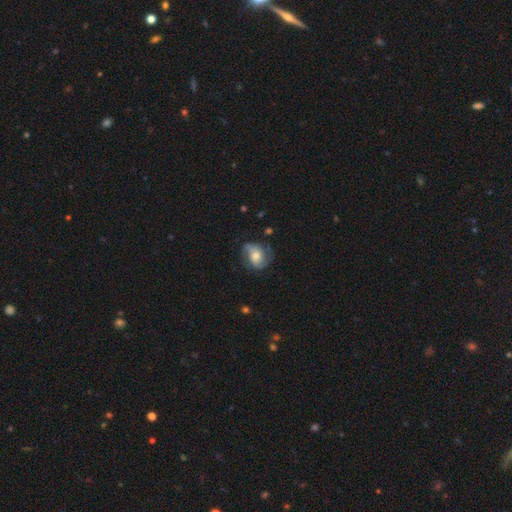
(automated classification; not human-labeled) This appears to be a featured or disk galaxy (71%) with no bar (54%), 2 (79%) medium (46%) spiral arms (92%) and a moderate central bulge (58%). Merging: none (67%).